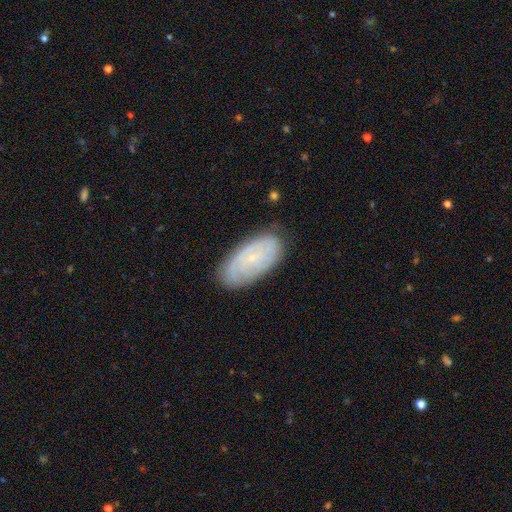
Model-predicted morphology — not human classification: Smooth or featured? featured or disk (46%)
Merging? none (81%)